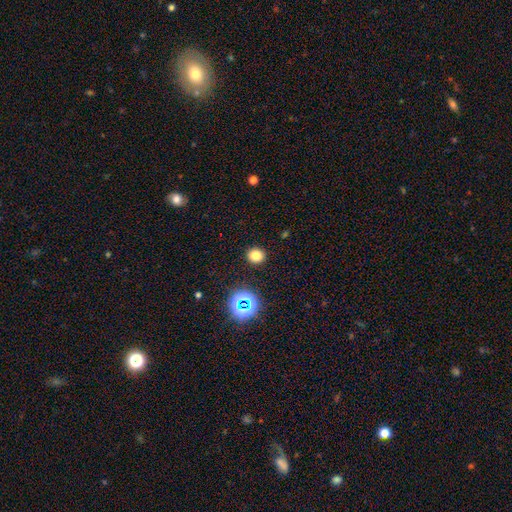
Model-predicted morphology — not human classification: Smooth or featured: smooth — 76% (star or artifact — 18%)
How rounded: round — 79% (in between — 20%)
Merging: none — 90% (minor disturbance — 6%)